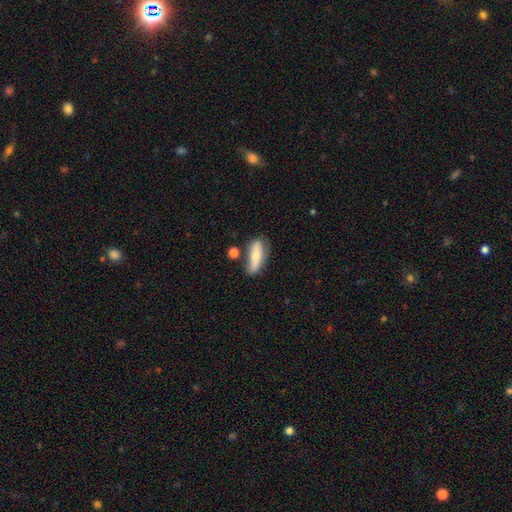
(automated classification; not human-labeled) smooth_or_featured: smooth (p=0.69) [alt: featured or disk p=0.25]
how_rounded: in between (p=0.52) [alt: cigar-shaped p=0.45]
merging: none (p=0.59) [alt: minor disturbance p=0.23]